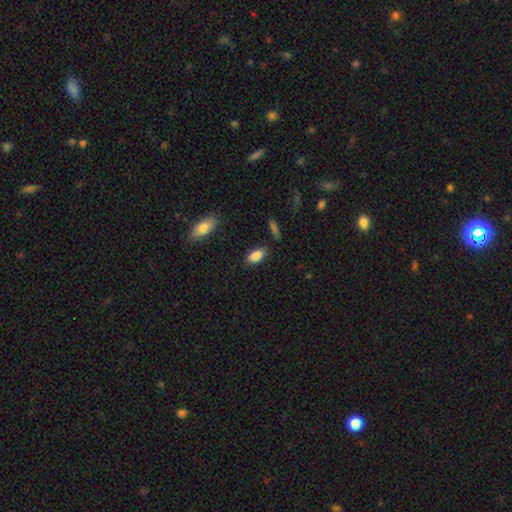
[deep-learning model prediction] Q: Smooth or featured?
A: smooth (86%); runner-up: star or artifact (7%)
Q: How rounded?
A: in between (90%); runner-up: cigar-shaped (7%)
Q: Merging?
A: none (78%); runner-up: minor disturbance (16%)